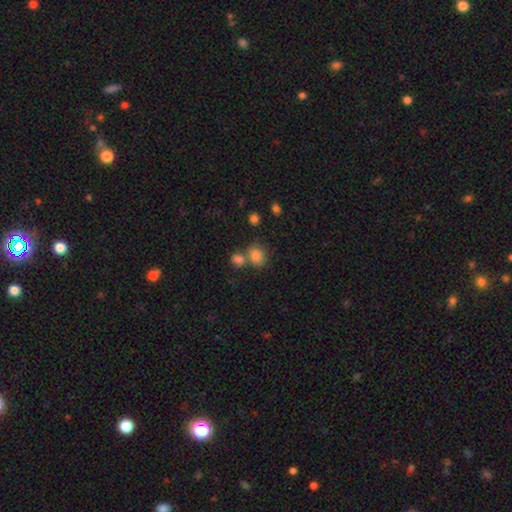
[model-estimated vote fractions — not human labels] This is clearly a smooth galaxy (81%). How rounded: likely round (61%). Merging: possibly none (56%).